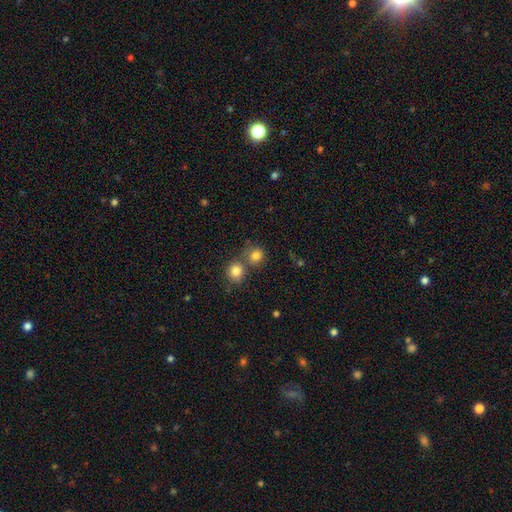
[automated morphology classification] A smooth galaxy with no disk features (81%) that is round (86%).

Vote fractions:
- Smooth or featured? smooth: 81% / star or artifact: 12% / featured or disk: 7%
- How rounded? round: 86% / in between: 13% / cigar-shaped: 1%
- Merging? none: 55% / merger: 35% / minor disturbance: 8% / major disturbance: 3%